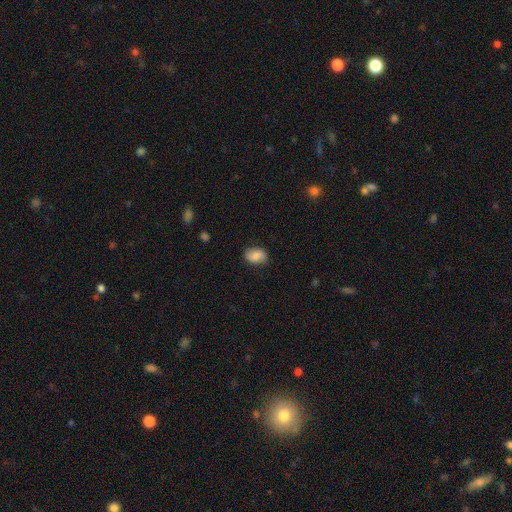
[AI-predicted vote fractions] smooth_or_featured: smooth (p=0.79) [alt: featured or disk p=0.13]
how_rounded: in between (p=0.78) [alt: round p=0.21]
merging: none (p=0.81) [alt: minor disturbance p=0.15]